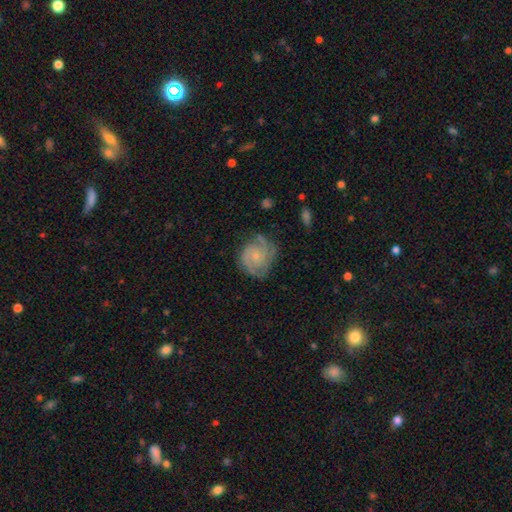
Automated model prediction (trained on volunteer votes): smooth_or_featured: featured or disk (p=0.79) [alt: smooth p=0.15]
disk_edge_on: no (p=0.98) [alt: yes p=0.02]
bar: no (p=0.76) [alt: weak p=0.21]
has_spiral_arms: yes (p=0.95) [alt: no p=0.05]
spiral_winding: tight (p=0.53) [alt: medium p=0.38]
spiral_arm_count: 2 (p=0.45) [alt: 3 p=0.25]
bulge_size: small (p=0.71) [alt: moderate p=0.22]
merging: none (p=0.68) [alt: minor disturbance p=0.22]